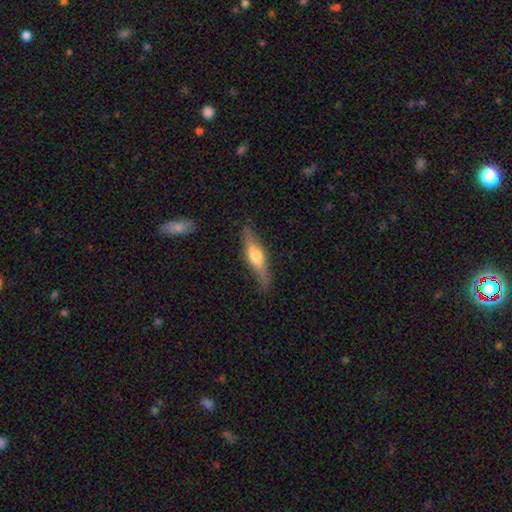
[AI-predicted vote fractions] A featured or disk galaxy (57%) viewed edge-on (87%) with a rounded central bulge (85%). Merging: none (77%).